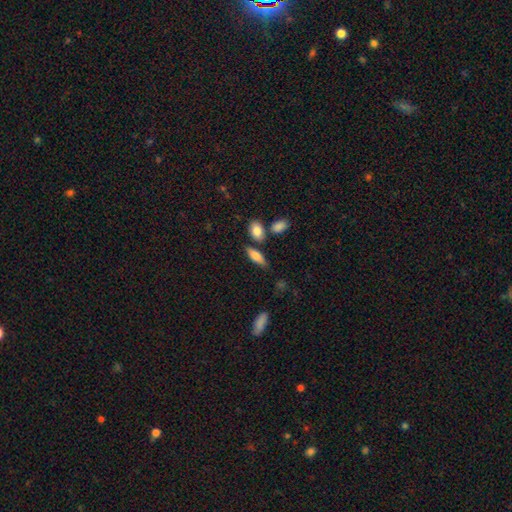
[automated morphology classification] Smooth or featured? Predicted: smooth (p=0.74). How rounded? Predicted: in between (p=0.68). Merging? Predicted: none (p=0.72).